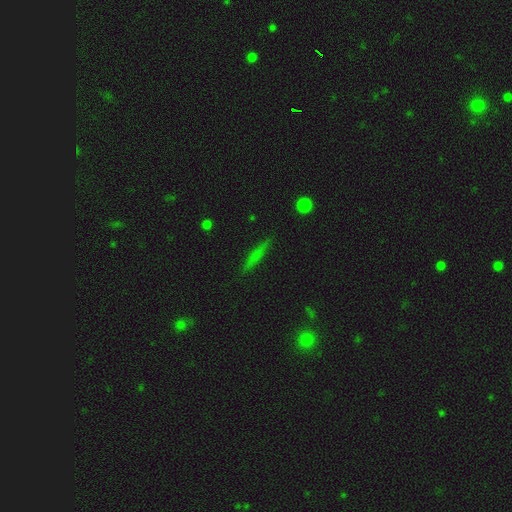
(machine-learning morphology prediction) smooth 56%, featured or disk 31%, star or artifact 14%. Down the decision tree: how rounded — cigar-shaped (88%); merging — none (85%).